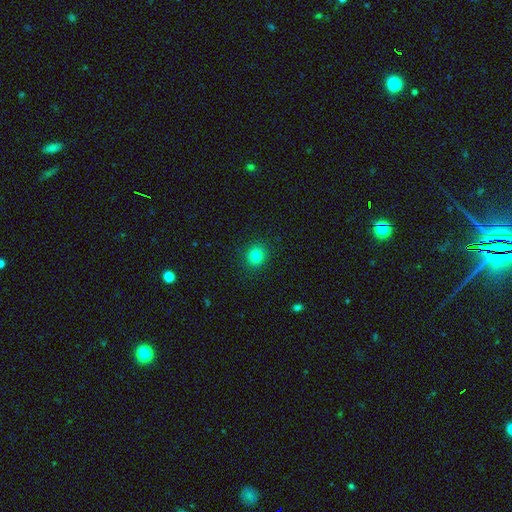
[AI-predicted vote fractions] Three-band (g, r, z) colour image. It shows a smooth galaxy with no disk features (82%) that is round (87%). Merging: none (91%).